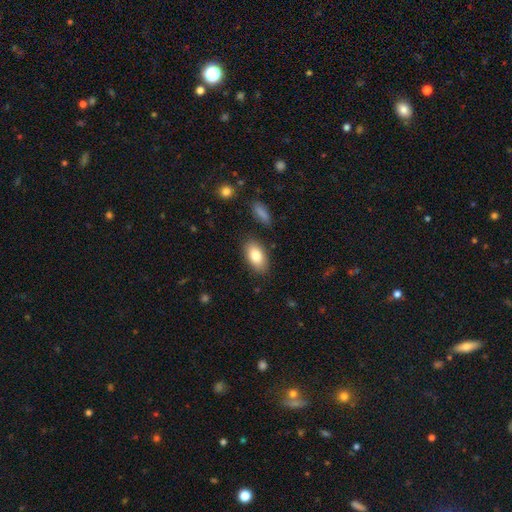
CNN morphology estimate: smooth-or-featured: smooth: 84% | featured or disk: 9% | star or artifact: 7%
  how-rounded: in between: 93% | round: 5% | cigar-shaped: 3%
  merging: none: 84% | minor disturbance: 11% | major disturbance: 3% | merger: 2%